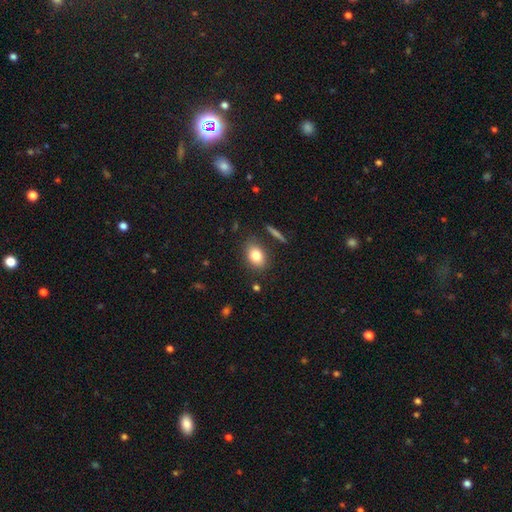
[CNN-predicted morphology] This is likely a smooth galaxy (80%). How rounded: likely in between (76%). Merging: clearly none (81%).